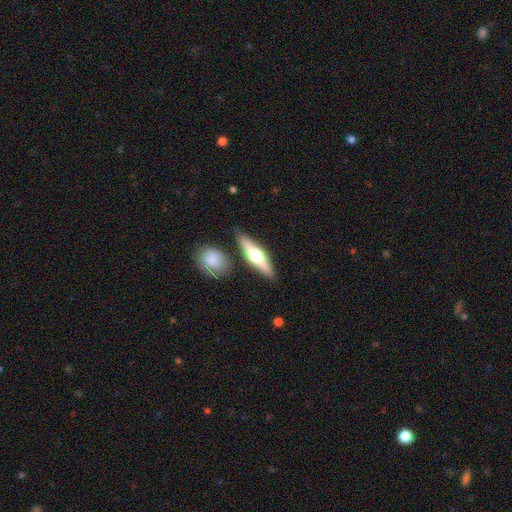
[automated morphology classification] Smooth or featured? Predicted: featured or disk (p=0.57). Edge-on disk? Predicted: yes (p=0.93). Edge-on bulge? Predicted: rounded (p=0.94). Merging? Predicted: none (p=0.83).